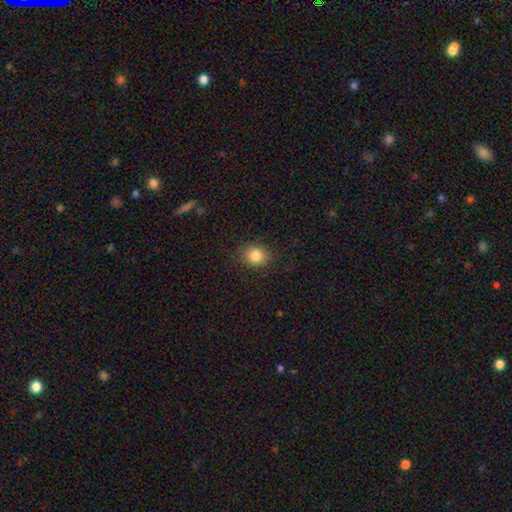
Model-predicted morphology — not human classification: A smooth galaxy with no disk features (84%) that is round (75%). Merging: none (87%).